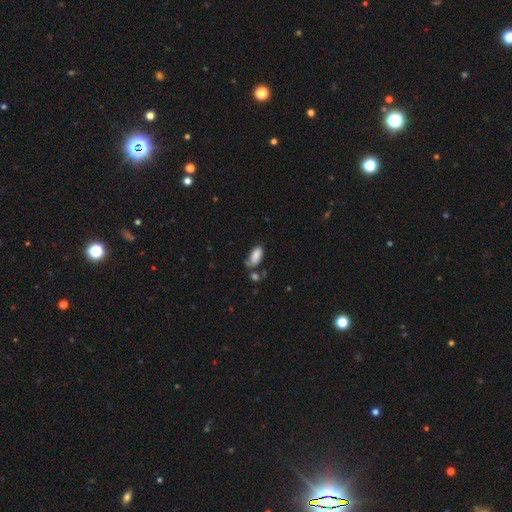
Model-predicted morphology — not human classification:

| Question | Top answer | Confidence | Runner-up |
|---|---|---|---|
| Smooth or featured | smooth | 81% | featured or disk (10%) |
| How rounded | in between | 92% | cigar-shaped (5%) |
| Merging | none | 49% | minor disturbance (25%) |